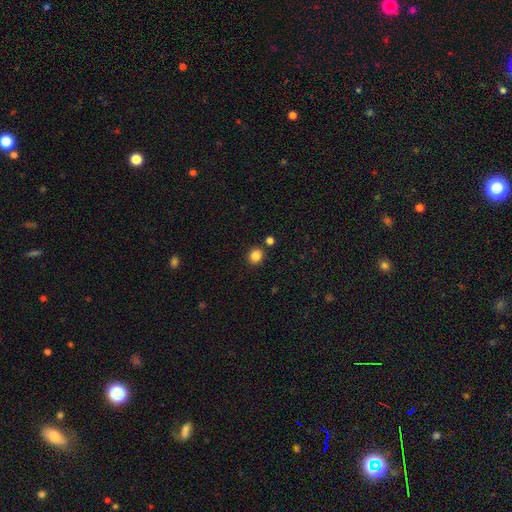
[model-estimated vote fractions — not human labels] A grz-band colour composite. It shows a smooth galaxy with no disk features (85%) that is round (83%). Merging: none (85%).